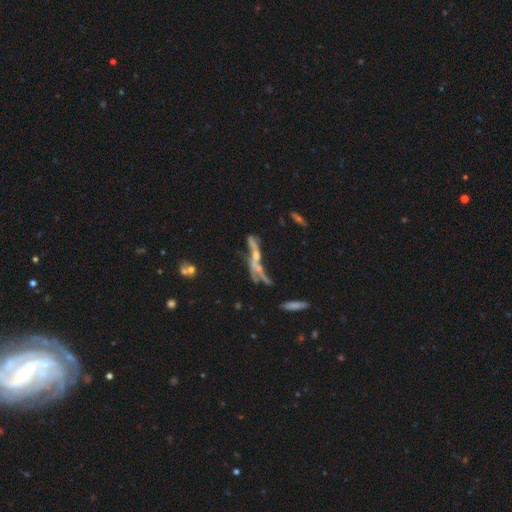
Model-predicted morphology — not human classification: This appears to be a featured or disk galaxy (56%) viewed edge-on (51%). Merging: merger (35%).